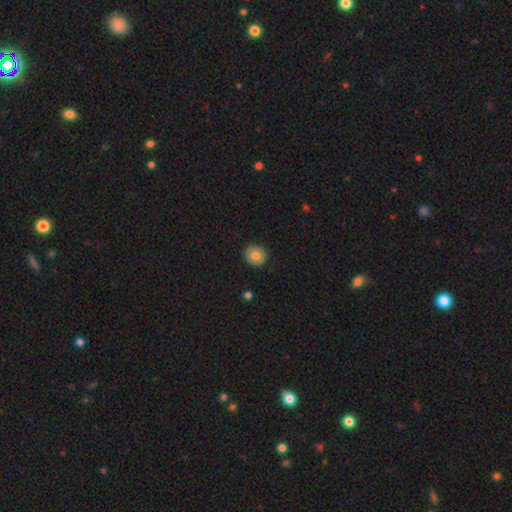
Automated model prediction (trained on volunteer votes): A smooth galaxy with no disk features (83%) that is round (83%).

Vote fractions:
- Smooth or featured? smooth: 83% / star or artifact: 9% / featured or disk: 9%
- How rounded? round: 83% / in between: 16% / cigar-shaped: 1%
- Merging? none: 87% / minor disturbance: 10% / major disturbance: 2% / merger: 1%